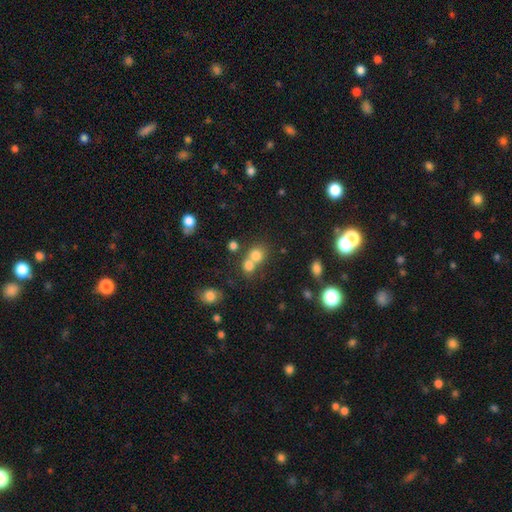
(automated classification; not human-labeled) A smooth galaxy with no disk features (75%) that is round (80%).

Vote fractions:
- Smooth or featured? smooth: 75% / star or artifact: 15% / featured or disk: 10%
- How rounded? round: 80% / in between: 19% / cigar-shaped: 1%
- Merging? merger: 49% / none: 41% / minor disturbance: 6% / major disturbance: 3%